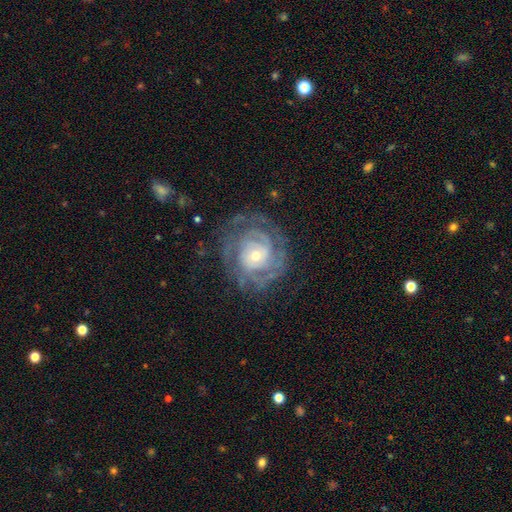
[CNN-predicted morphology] This is clearly a featured or disk galaxy (85%). It is clearly not viewed edge-on (97%). Bar: likely no (75%). Spiral arm pattern: clearly yes (93%). Spiral arm count: marginally can't tell (34%). Spiral winding: likely tight (72%). Central bulge: possibly small (58%). Merging: likely none (73%).